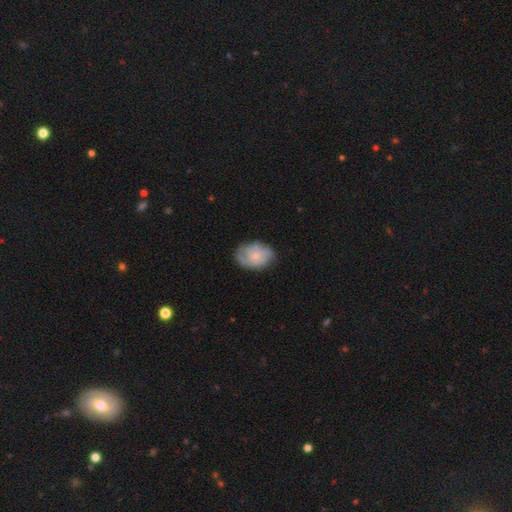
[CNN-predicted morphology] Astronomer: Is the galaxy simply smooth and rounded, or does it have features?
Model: featured or disk — 49% (runner-up: smooth, 44%).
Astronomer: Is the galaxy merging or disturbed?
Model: none — 64%.